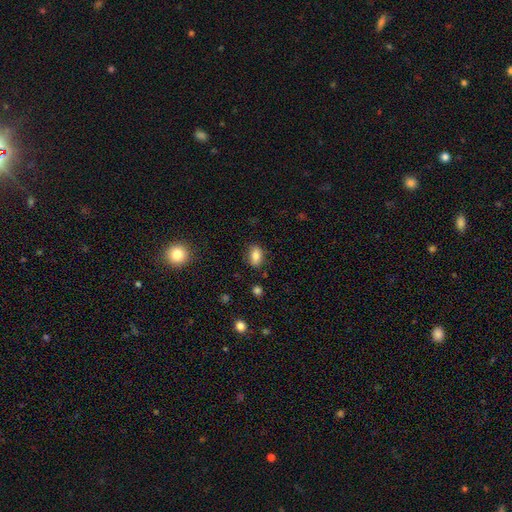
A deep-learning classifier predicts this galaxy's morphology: Overall: smooth (79%). How rounded: in between (84%). Merging: none (81%).